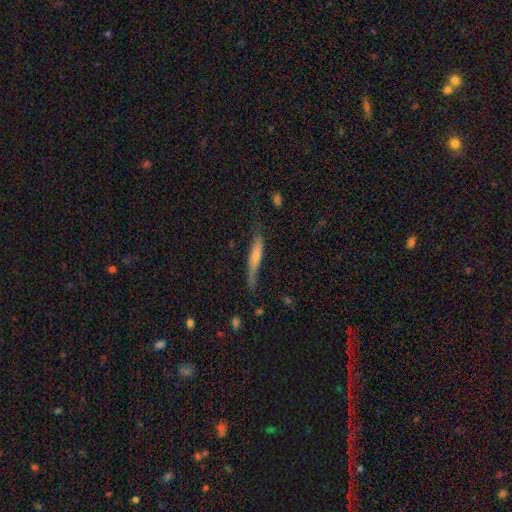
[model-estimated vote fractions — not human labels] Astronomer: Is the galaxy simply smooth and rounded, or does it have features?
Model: smooth — 51% (runner-up: featured or disk, 42%).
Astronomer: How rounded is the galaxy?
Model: cigar-shaped — 90%.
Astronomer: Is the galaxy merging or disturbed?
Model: none — 59%.